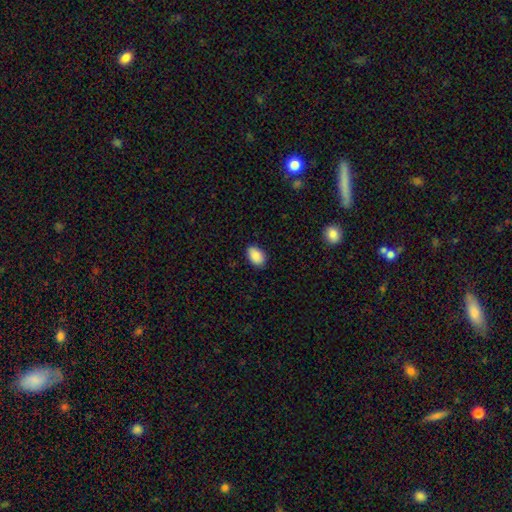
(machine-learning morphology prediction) Overall: smooth (90%). How rounded: in between (88%). Merging: none (86%).